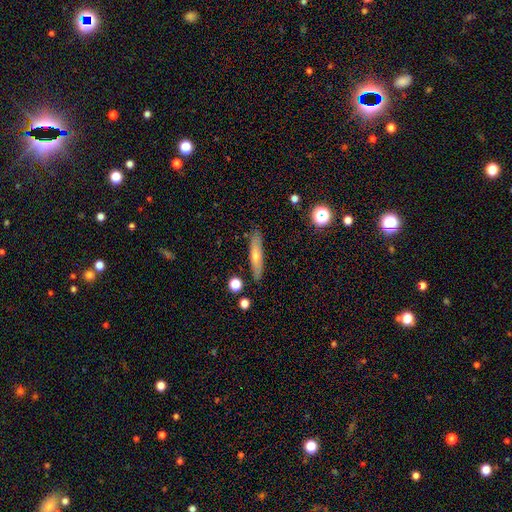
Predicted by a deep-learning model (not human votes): Smooth or featured: smooth — 52% (featured or disk — 40%)
How rounded: cigar-shaped — 83% (in between — 14%)
Merging: none — 87% (minor disturbance — 9%)